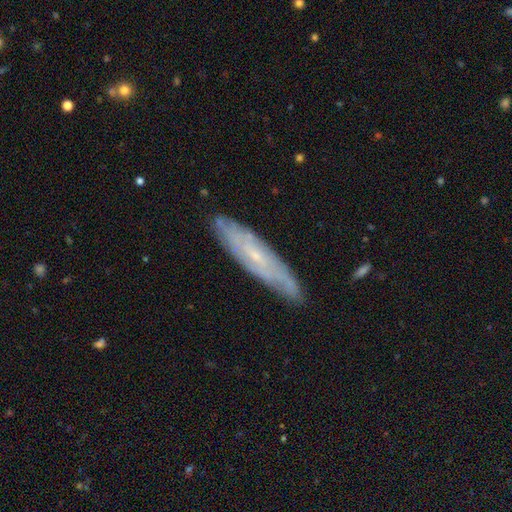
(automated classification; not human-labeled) featured or disk 69%, smooth 23%, star or artifact 7%. Down the decision tree: edge-on disk — no (58%); merging — none (82%).